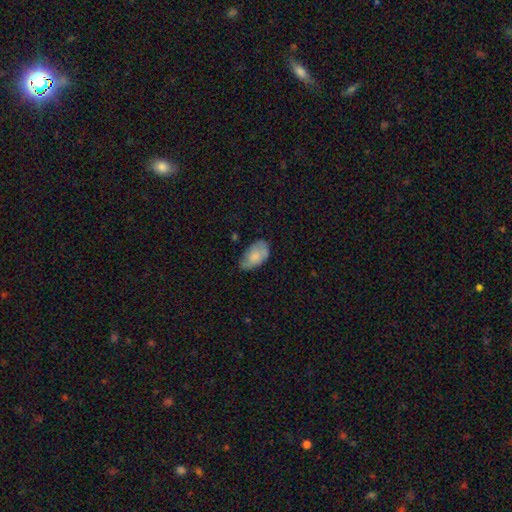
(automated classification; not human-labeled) A smooth galaxy with no disk features (71%) that is in between round and cigar-shaped (94%). Merging: none (56%).